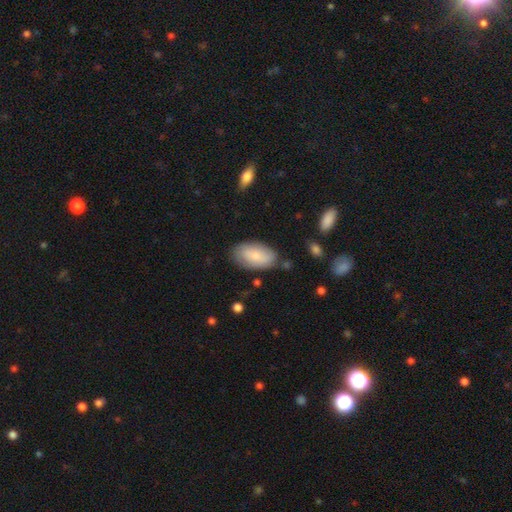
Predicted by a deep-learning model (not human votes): Overall: smooth (74%). How rounded: in between (94%). Merging: none (77%).